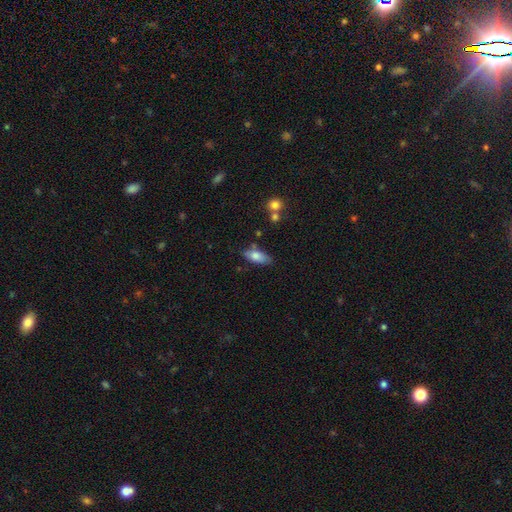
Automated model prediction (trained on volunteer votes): smooth 78%, featured or disk 15%, star or artifact 7%. Down the decision tree: how rounded — in between (81%); merging — none (71%).